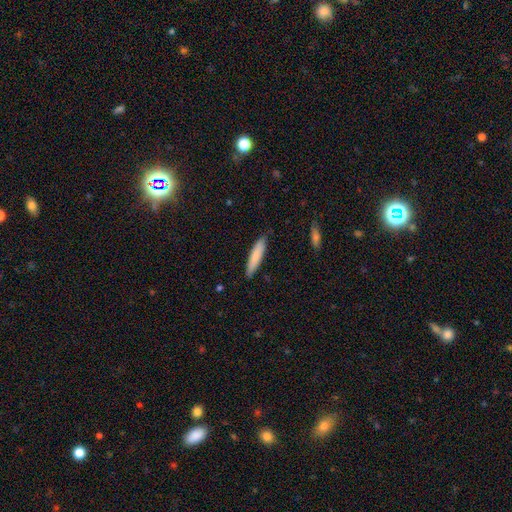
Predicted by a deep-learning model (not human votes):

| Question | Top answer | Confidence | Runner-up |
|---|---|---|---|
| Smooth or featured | smooth | 82% | featured or disk (13%) |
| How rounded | cigar-shaped | 85% | in between (14%) |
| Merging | none | 87% | minor disturbance (10%) |